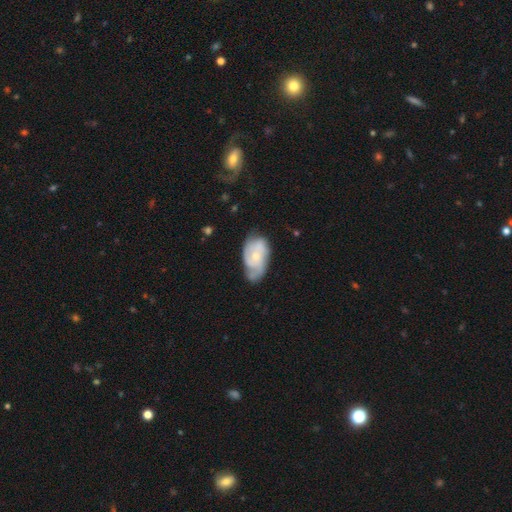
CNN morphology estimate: featured or disk 66%, smooth 28%, star or artifact 6%. Down the decision tree: edge-on disk — no (96%); bar — no (74%); spiral arms — yes (86%); spiral arm count — 2 (35%); spiral winding — tight (45%); bulge size — small (55%); merging — none (54%).